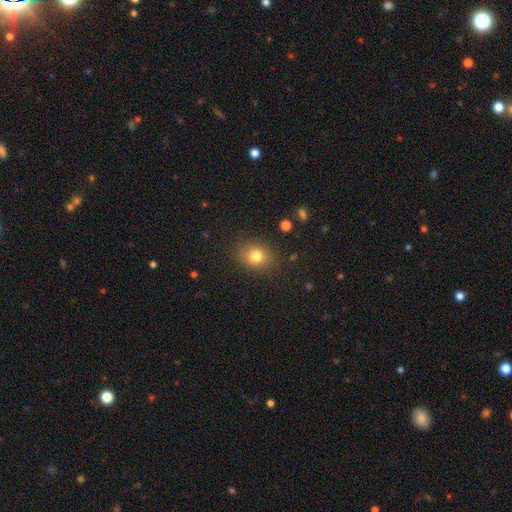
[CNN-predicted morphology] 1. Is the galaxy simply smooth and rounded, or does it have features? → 79% smooth, 12% star or artifact, 9% featured or disk.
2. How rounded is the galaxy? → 56% round, 42% in between, 1% cigar-shaped.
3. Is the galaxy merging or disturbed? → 85% none, 10% minor disturbance, 3% major disturbance, 1% merger.